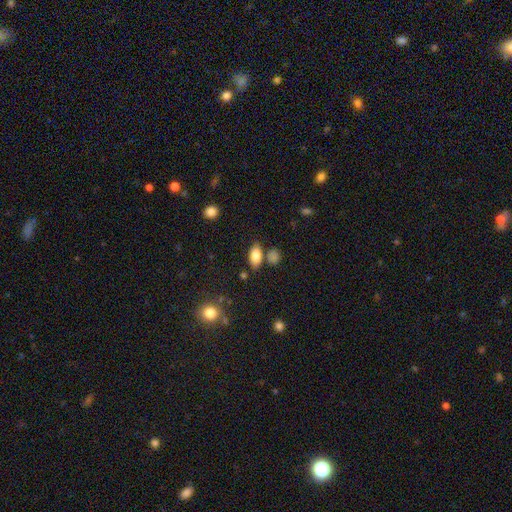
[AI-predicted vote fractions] Smooth or featured? smooth (83%)
How rounded? in between (89%)
Merging? none (73%)